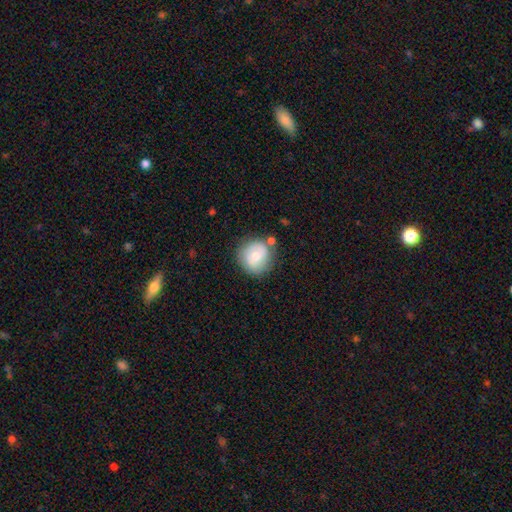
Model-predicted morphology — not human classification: Q: Smooth or featured?
A: smooth (57%); runner-up: featured or disk (36%)
Q: How rounded?
A: round (89%); runner-up: in between (10%)
Q: Merging?
A: none (72%); runner-up: minor disturbance (16%)